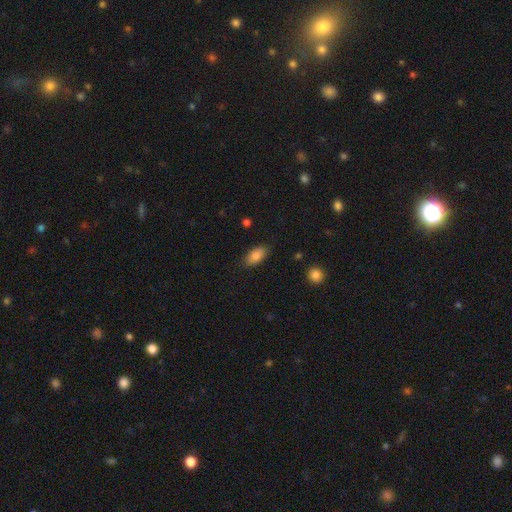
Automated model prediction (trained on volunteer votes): The model was most divided on "merging": none: 85%, minor disturbance: 12%, major disturbance: 2%, merger: 1%. More confident: how rounded — in between (90%); smooth or featured — smooth (83%).